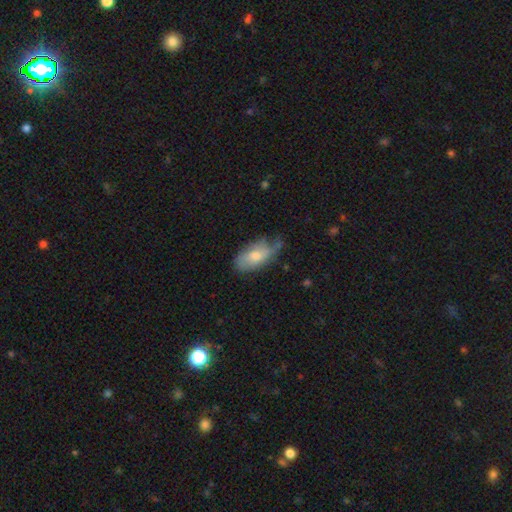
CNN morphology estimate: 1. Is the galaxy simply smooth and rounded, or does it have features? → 60% smooth, 33% featured or disk, 7% star or artifact.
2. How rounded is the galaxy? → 90% in between, 6% cigar-shaped, 3% round.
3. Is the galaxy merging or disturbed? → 46% none, 38% minor disturbance, 13% major disturbance, 2% merger.